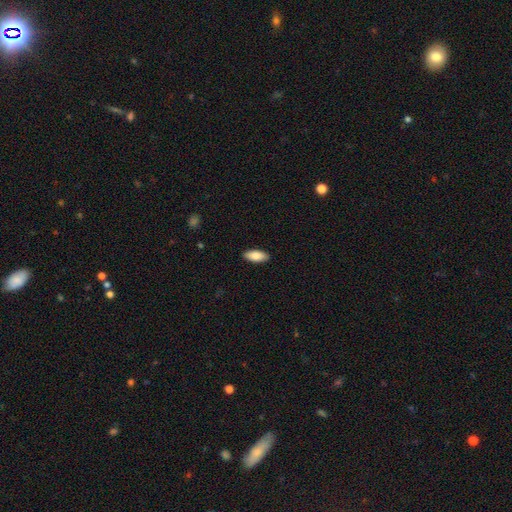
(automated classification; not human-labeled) Smooth or featured: smooth — 85% (featured or disk — 9%)
How rounded: in between — 85% (cigar-shaped — 13%)
Merging: none — 90% (minor disturbance — 8%)